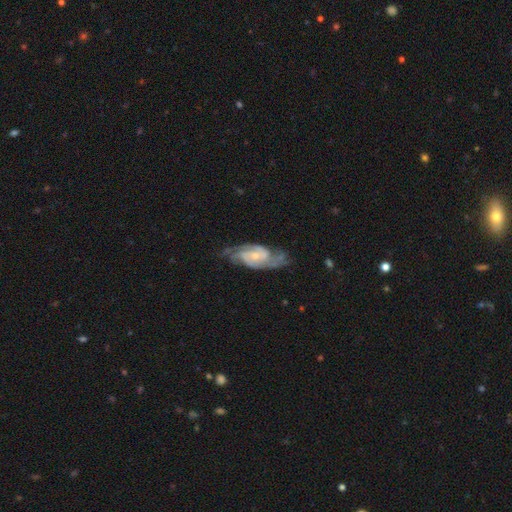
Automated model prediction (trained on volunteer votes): Morphology: type=featured or disk (88%); edge-on=no (95%); bar=no (54%); spiral arms=yes (97%); winding=medium (48%); arm count=2 (60%); bulge=small (62%); merging=none (68%).